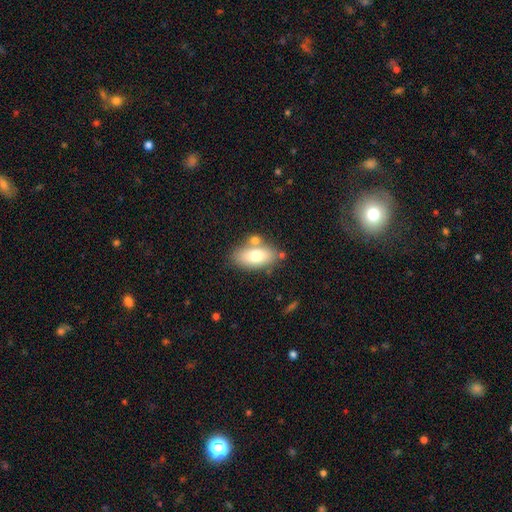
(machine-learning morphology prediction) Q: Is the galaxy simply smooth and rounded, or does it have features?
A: smooth — 71%.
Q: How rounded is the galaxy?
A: in between — 90%.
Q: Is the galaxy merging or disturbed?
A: none — 68%.